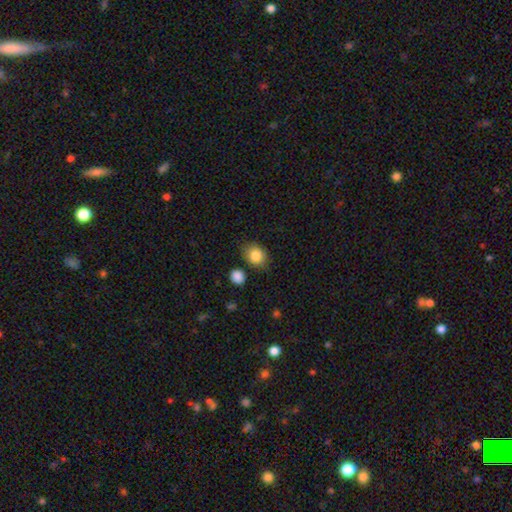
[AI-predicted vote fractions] Smooth or featured? smooth (84%)
How rounded? round (54%)
Merging? none (74%)